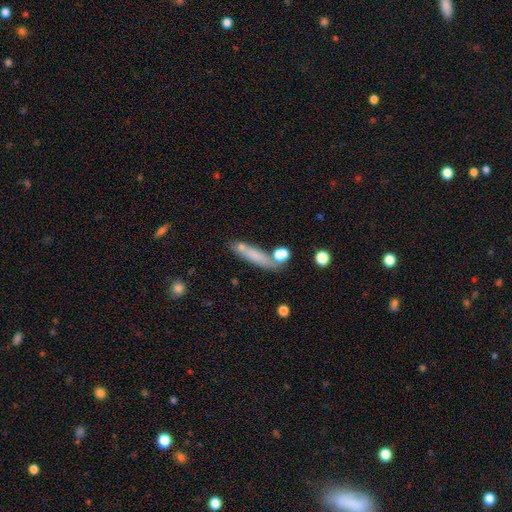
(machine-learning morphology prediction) Q: Smooth or featured?
A: smooth (70%); runner-up: featured or disk (20%)
Q: How rounded?
A: cigar-shaped (82%); runner-up: in between (15%)
Q: Merging?
A: none (65%); runner-up: minor disturbance (16%)